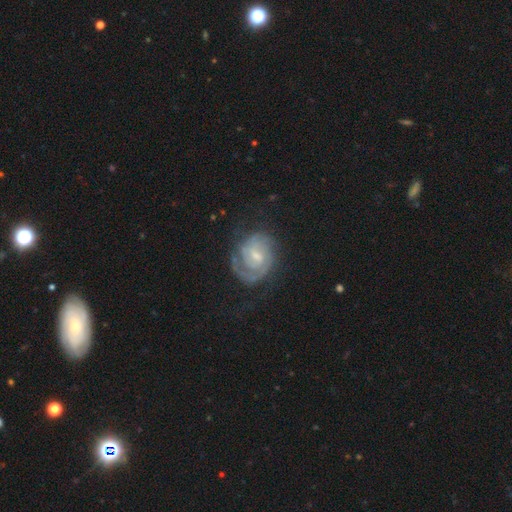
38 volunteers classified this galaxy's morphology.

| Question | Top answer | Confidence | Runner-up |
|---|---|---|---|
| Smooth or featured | featured or disk | 76% | smooth (16%) |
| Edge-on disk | no | 100% | — |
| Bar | weak | 62% | no (28%) |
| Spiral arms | yes | 97% | no (3%) |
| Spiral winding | tight | 68% | medium (29%) |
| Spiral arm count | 2 | 61% | can't tell (25%) |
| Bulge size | small | 45% | moderate (41%) |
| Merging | none | 69% | minor disturbance (23%) |